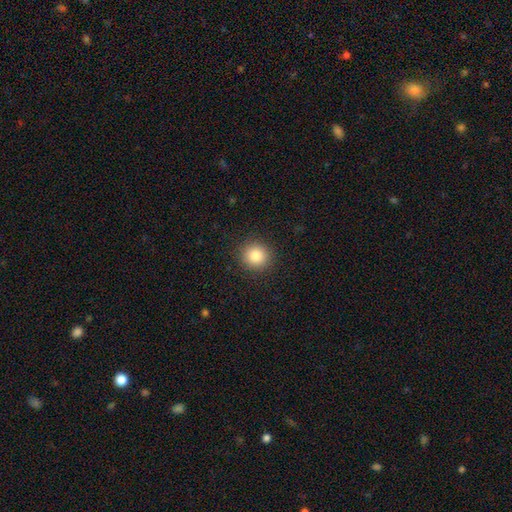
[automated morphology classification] Smooth or featured? Predicted: smooth (p=0.84). How rounded? Predicted: round (p=0.93). Merging? Predicted: none (p=0.91).